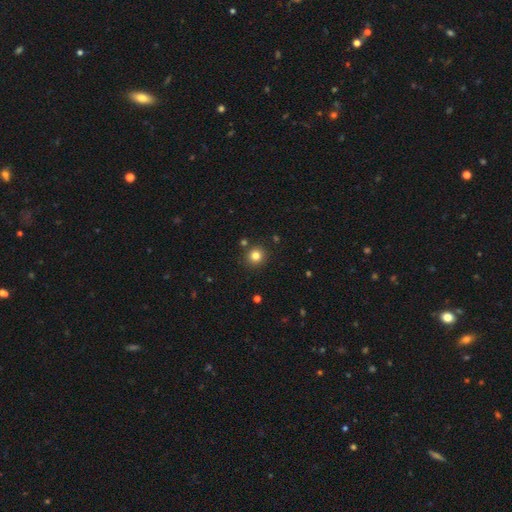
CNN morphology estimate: smooth_or_featured: smooth (p=0.81) [alt: star or artifact p=0.13]
how_rounded: round (p=0.91) [alt: in between p=0.08]
merging: none (p=0.87) [alt: minor disturbance p=0.06]